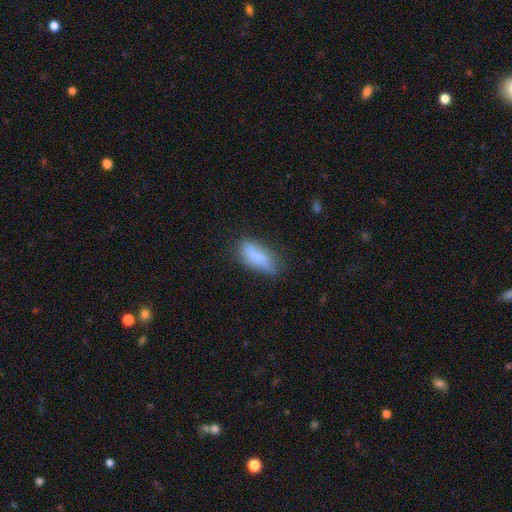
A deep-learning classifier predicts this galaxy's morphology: The model was most divided on "how rounded": in between: 66%, cigar-shaped: 31%, round: 2%. More confident: smooth or featured — smooth (81%); merging — none (66%).